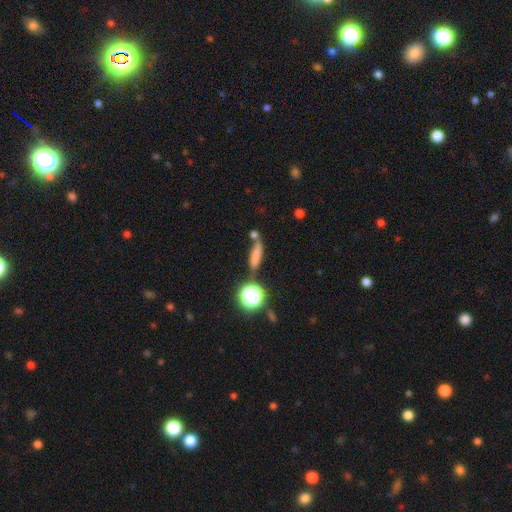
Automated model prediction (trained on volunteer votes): smooth 68%, star or artifact 17%, featured or disk 15%. Down the decision tree: how rounded — cigar-shaped (57%); merging — none (58%).